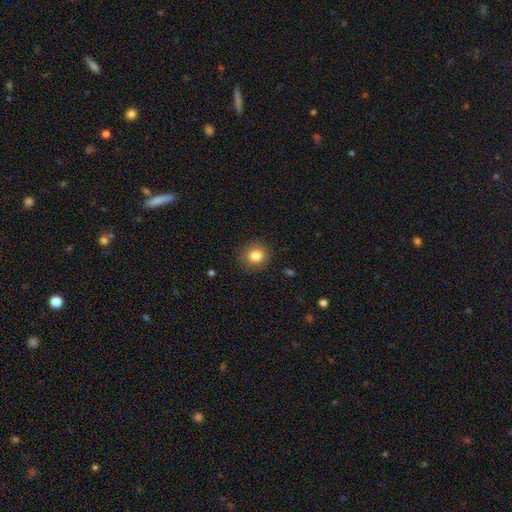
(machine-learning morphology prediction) smooth_or_featured: smooth (p=0.83) [alt: star or artifact p=0.10]
how_rounded: round (p=0.83) [alt: in between p=0.16]
merging: none (p=0.87) [alt: minor disturbance p=0.09]